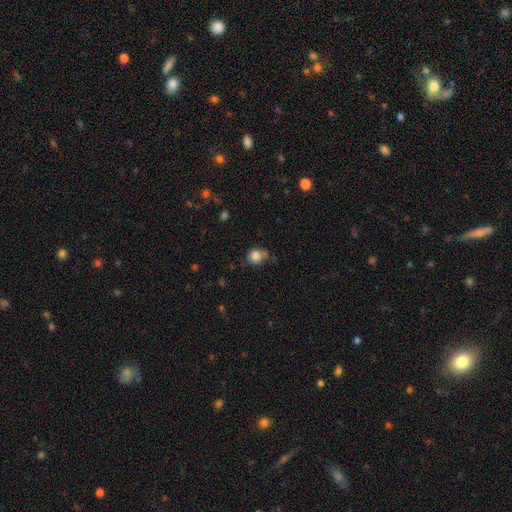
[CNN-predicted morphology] Smooth or featured? Predicted: smooth (p=0.83). How rounded? Predicted: round (p=0.84). Merging? Predicted: none (p=0.57).